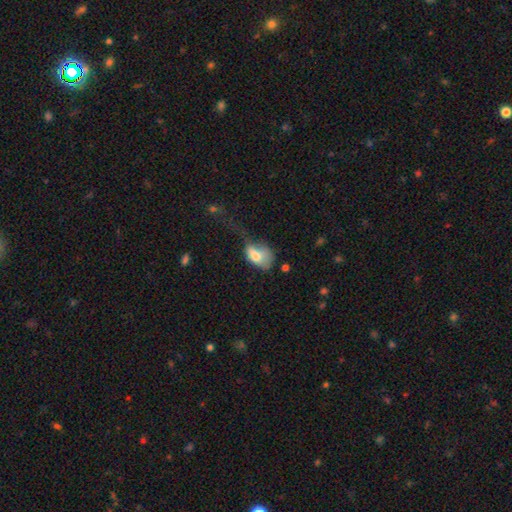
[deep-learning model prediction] Q: Smooth or featured?
A: smooth (72%); runner-up: featured or disk (19%)
Q: How rounded?
A: in between (84%); runner-up: round (14%)
Q: Merging?
A: major disturbance (53%); runner-up: minor disturbance (25%)